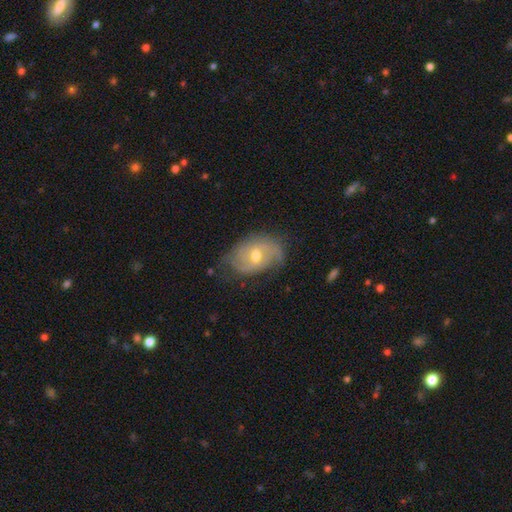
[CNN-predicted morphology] featured or disk 73%, smooth 20%, star or artifact 7%. Down the decision tree: edge-on disk — no (95%); bar — no (58%); spiral arms — yes (87%); spiral arm count — 2 (48%); spiral winding — tight (41%); bulge size — moderate (66%); merging — none (66%).